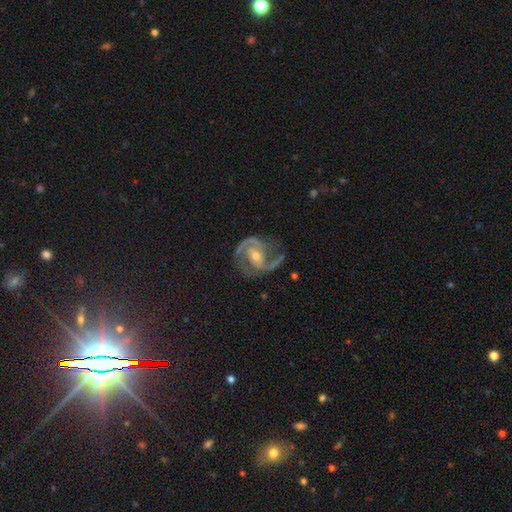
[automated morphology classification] smooth_or_featured: featured or disk (p=0.89) [alt: star or artifact p=0.06]
disk_edge_on: no (p=0.98) [alt: yes p=0.02]
bar: no (p=0.44) [alt: weak p=0.35]
has_spiral_arms: yes (p=0.96) [alt: no p=0.04]
spiral_winding: medium (p=0.54) [alt: tight p=0.29]
spiral_arm_count: 2 (p=0.80) [alt: 3 p=0.08]
bulge_size: moderate (p=0.57) [alt: small p=0.39]
merging: none (p=0.62) [alt: minor disturbance p=0.20]